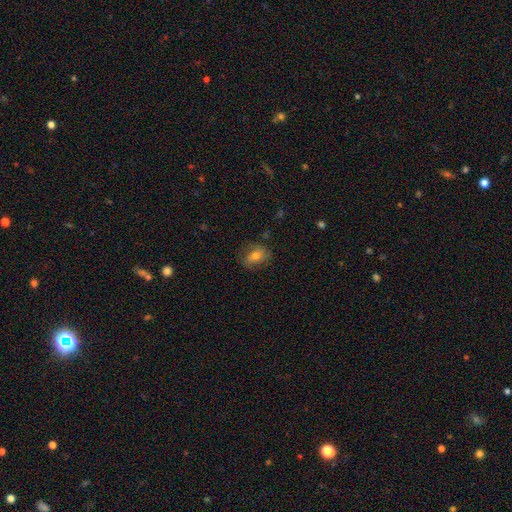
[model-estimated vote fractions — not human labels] smooth_or_featured: smooth (p=0.61) [alt: featured or disk p=0.29]
how_rounded: in between (p=0.68) [alt: round p=0.30]
merging: none (p=0.70) [alt: minor disturbance p=0.21]